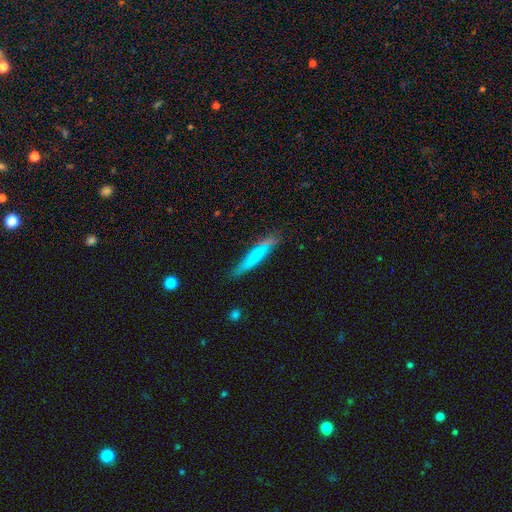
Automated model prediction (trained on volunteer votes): The model was most divided on "smooth or featured": smooth: 64%, featured or disk: 29%, star or artifact: 7%. More confident: how rounded — cigar-shaped (90%); merging — none (72%).